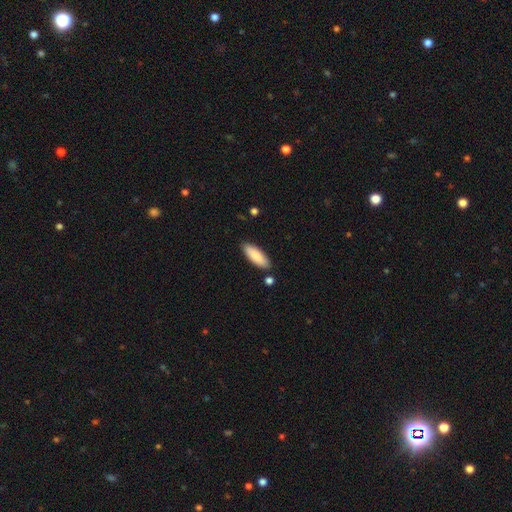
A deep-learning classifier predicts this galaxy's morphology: Smooth or featured? Predicted: smooth (p=0.88). How rounded? Predicted: in between (p=0.66). Merging? Predicted: none (p=0.86).